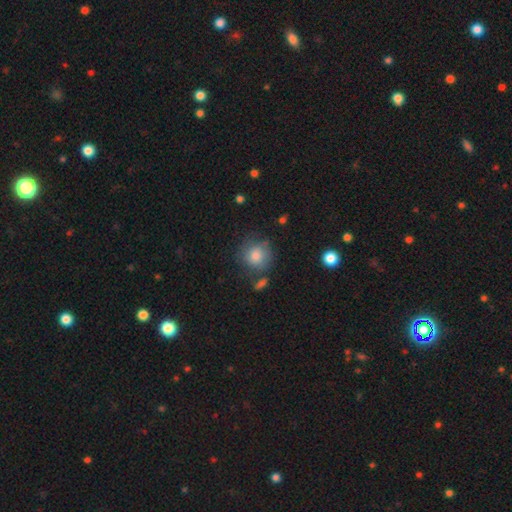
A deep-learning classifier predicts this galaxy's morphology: Smooth or featured: smooth — 79% (featured or disk — 11%)
How rounded: round — 87% (in between — 12%)
Merging: none — 67% (minor disturbance — 19%)